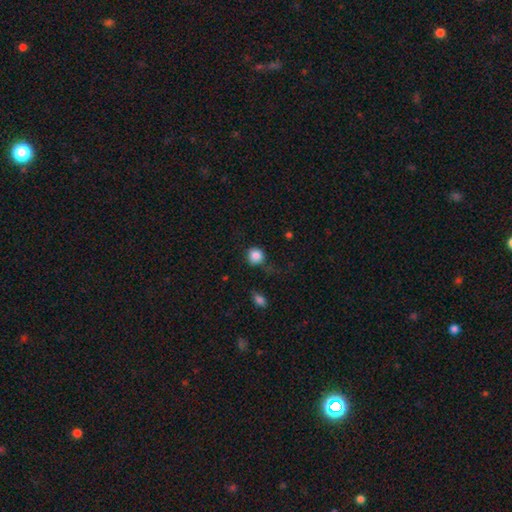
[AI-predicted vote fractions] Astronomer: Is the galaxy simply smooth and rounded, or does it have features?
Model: smooth — 85%.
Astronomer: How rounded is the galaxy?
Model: round — 89%.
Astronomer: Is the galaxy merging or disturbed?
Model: none — 69%.